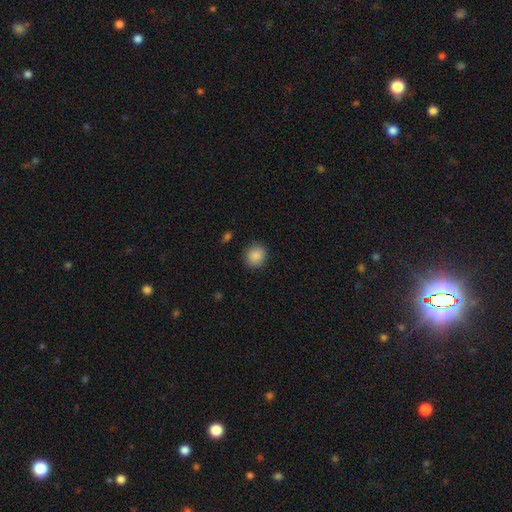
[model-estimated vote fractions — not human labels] Overall: smooth (88%). How rounded: round (78%). Merging: none (89%).